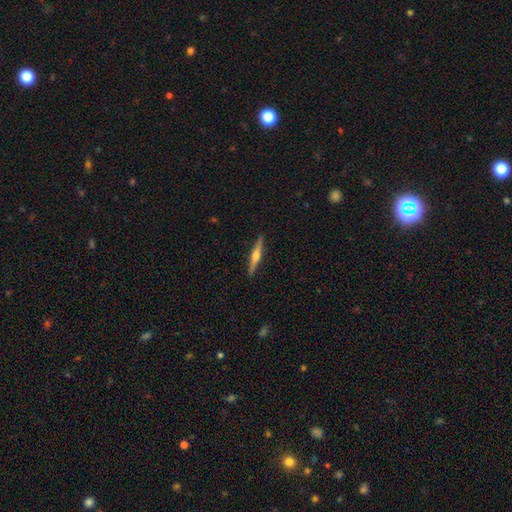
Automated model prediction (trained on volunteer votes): Q: Smooth or featured?
A: featured or disk (70%); runner-up: smooth (24%)
Q: Edge-on disk?
A: yes (98%); runner-up: no (2%)
Q: Edge-on bulge?
A: rounded (93%); runner-up: boxy (4%)
Q: Merging?
A: none (91%); runner-up: minor disturbance (6%)